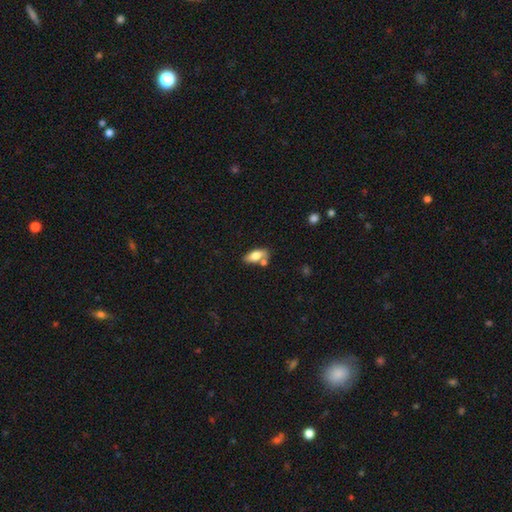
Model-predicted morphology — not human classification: smooth_or_featured: smooth (p=0.73) [alt: featured or disk p=0.20]
how_rounded: in between (p=0.84) [alt: cigar-shaped p=0.12]
merging: none (p=0.63) [alt: merger p=0.19]